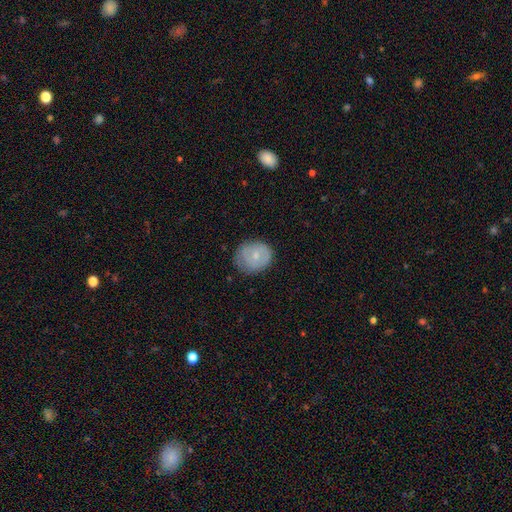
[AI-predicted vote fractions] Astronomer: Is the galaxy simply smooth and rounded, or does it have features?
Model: smooth — 64%.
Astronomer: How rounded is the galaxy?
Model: round — 73%.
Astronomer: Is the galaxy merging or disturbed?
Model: none — 71%.